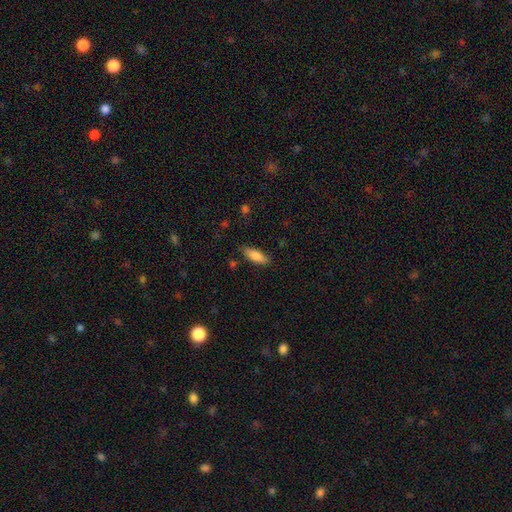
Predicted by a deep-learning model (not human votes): Overall: smooth (84%). How rounded: in between (65%; cigar-shaped 33%). Merging: none (82%).